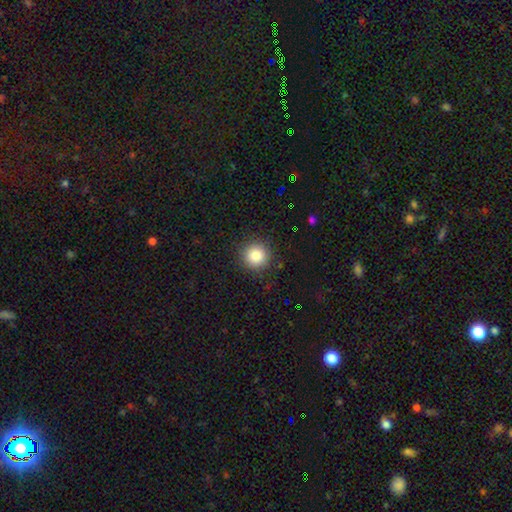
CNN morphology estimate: Smooth or featured?
  - smooth: 84% *
  - star or artifact: 11%
  - featured or disk: 5%
How rounded?
  - round: 95% *
  - in between: 5%
  - cigar-shaped: 1%
Merging?
  - none: 89% *
  - minor disturbance: 7%
  - major disturbance: 2%
  - merger: 1%